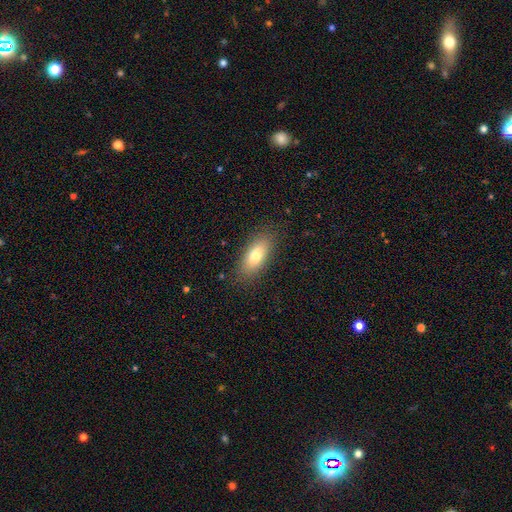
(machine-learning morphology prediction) This appears to be a smooth galaxy with no disk features (75%) that is in between round and cigar-shaped (82%). Merging: none (85%).